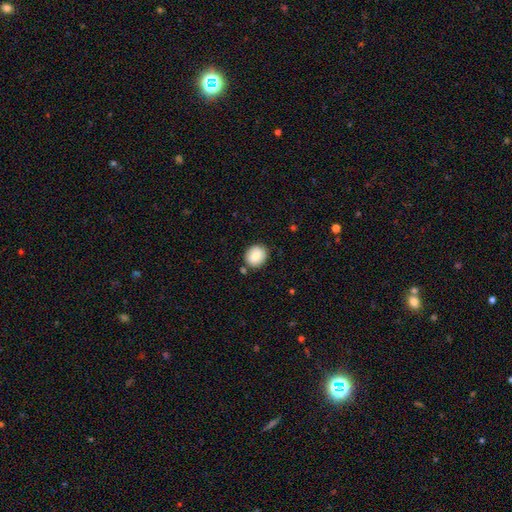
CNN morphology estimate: Smooth or featured? Predicted: smooth (p=0.82). How rounded? Predicted: round (p=0.81). Merging? Predicted: none (p=0.82).